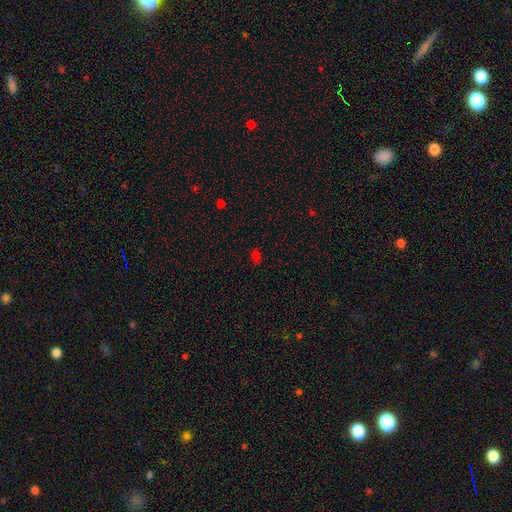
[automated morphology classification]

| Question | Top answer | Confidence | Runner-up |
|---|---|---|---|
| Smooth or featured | smooth | 66% | star or artifact (28%) |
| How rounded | in between | 69% | round (29%) |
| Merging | none | 81% | minor disturbance (13%) |